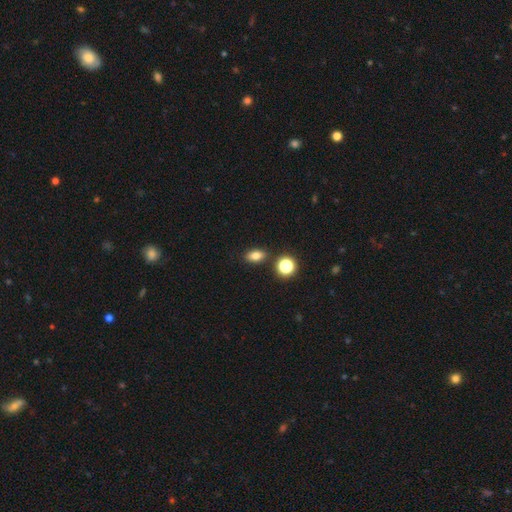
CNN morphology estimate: This appears to be a smooth galaxy with no disk features (77%) that is in between round and cigar-shaped (79%). Merging: none (84%).